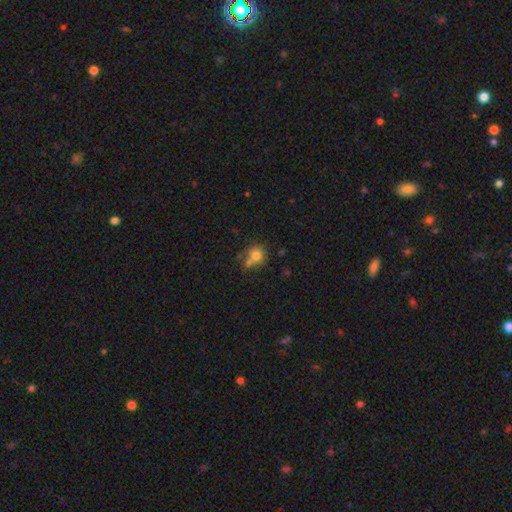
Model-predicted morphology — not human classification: A smooth galaxy with no disk features (76%) that is round (80%).

Vote fractions:
- Smooth or featured? smooth: 76% / star or artifact: 12% / featured or disk: 12%
- How rounded? round: 80% / in between: 19% / cigar-shaped: 1%
- Merging? none: 51% / merger: 29% / minor disturbance: 14% / major disturbance: 6%